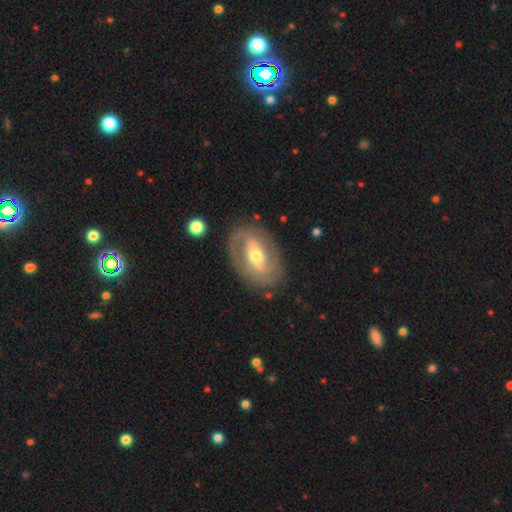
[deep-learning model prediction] smooth-or-featured: featured or disk: 77% | smooth: 17% | star or artifact: 5%
  disk-edge-on: no: 94% | yes: 6%
    bar: strong: 42% | weak: 39% | no: 19%
    has-spiral-arms: yes: 80% | no: 20%
      spiral-winding: medium: 42% | tight: 38% | loose: 20%
      spiral-arm-count: 2: 79% | can't tell: 11% | 1: 5% | 3: 2% | 4: 1% | more than 4: 1%
    bulge-size: moderate: 66% | small: 26% | large: 6% | dominant: 1% | none: 1%
  merging: none: 80% | minor disturbance: 13% | major disturbance: 6% | merger: 2%